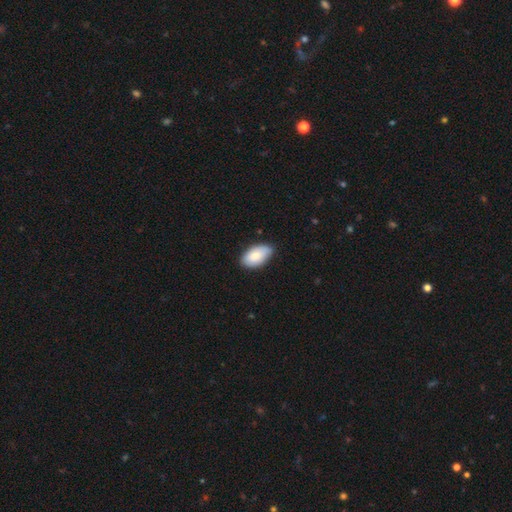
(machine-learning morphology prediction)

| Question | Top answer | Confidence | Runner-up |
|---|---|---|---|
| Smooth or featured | smooth | 82% | featured or disk (12%) |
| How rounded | in between | 95% | round (4%) |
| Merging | none | 77% | minor disturbance (20%) |